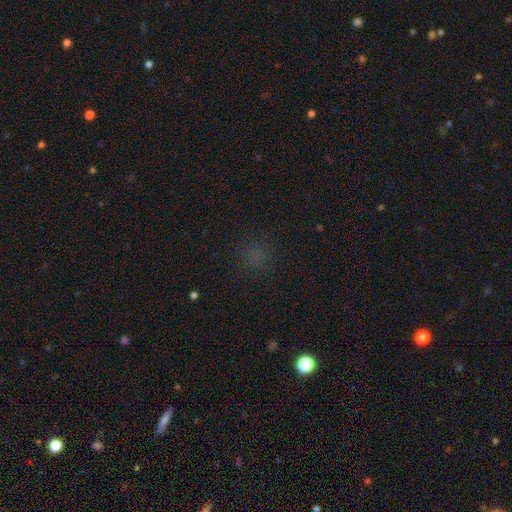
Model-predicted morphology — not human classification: Smooth or featured? Predicted: smooth (p=0.60). How rounded? Predicted: round (p=0.86). Merging? Predicted: none (p=0.83).